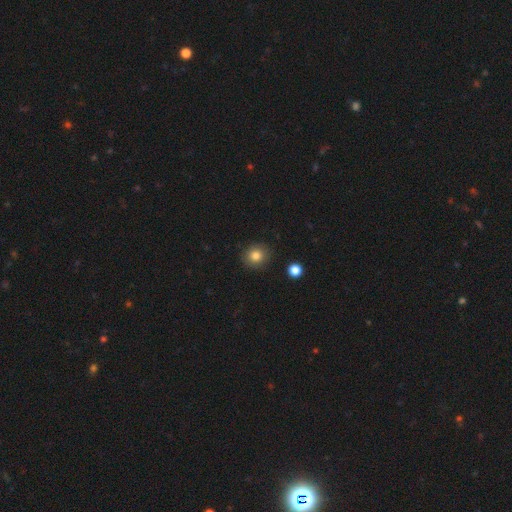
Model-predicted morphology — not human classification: smooth-or-featured: smooth: 82% | star or artifact: 11% | featured or disk: 7%
  how-rounded: round: 83% | in between: 17% | cigar-shaped: 1%
  merging: none: 89% | minor disturbance: 7% | major disturbance: 2% | merger: 2%